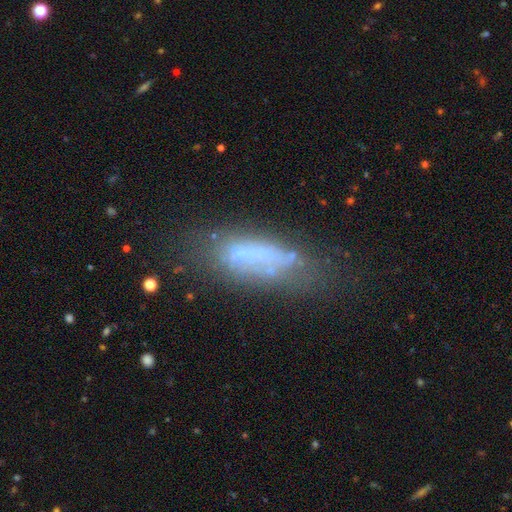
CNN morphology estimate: Overall: featured or disk (44%; smooth 42%). Merging: none (44%; minor disturbance 26%).